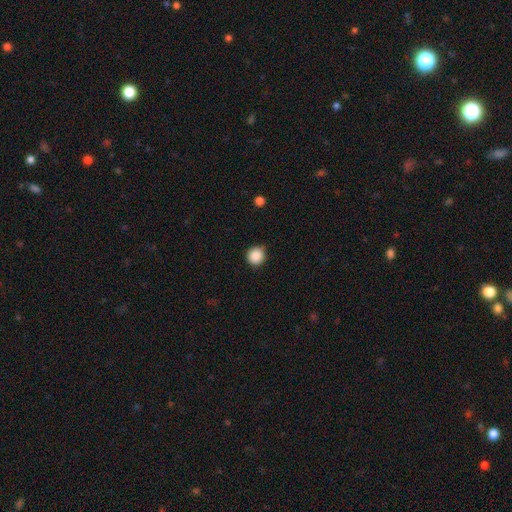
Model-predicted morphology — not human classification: type=smooth (88%); roundness=round (94%); merging=none (87%).